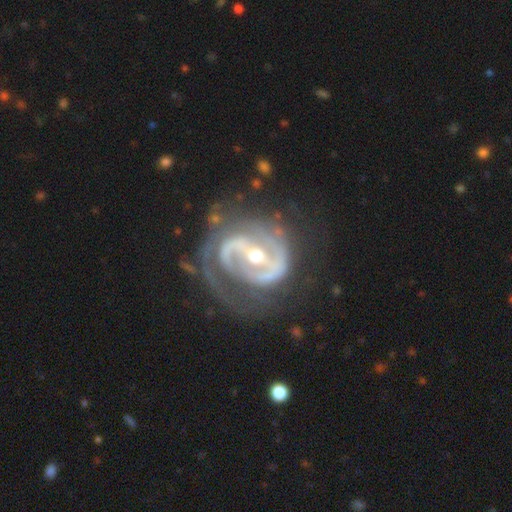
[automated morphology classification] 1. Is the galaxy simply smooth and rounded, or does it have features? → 90% featured or disk, 6% smooth, 5% star or artifact.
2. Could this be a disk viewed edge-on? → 97% no, 3% yes.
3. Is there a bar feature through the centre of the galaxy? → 55% strong, 31% weak, 13% no.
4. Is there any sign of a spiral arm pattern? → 91% yes, 9% no.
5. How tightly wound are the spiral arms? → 42% tight, 41% medium, 17% loose.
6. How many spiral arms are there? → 58% 2, 17% 1, 12% can't tell, 8% 3, 3% 4, 2% more than 4.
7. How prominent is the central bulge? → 59% moderate, 37% small, 3% large, 1% none, 1% dominant.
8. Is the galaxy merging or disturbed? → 49% none, 28% major disturbance, 21% minor disturbance, 3% merger.